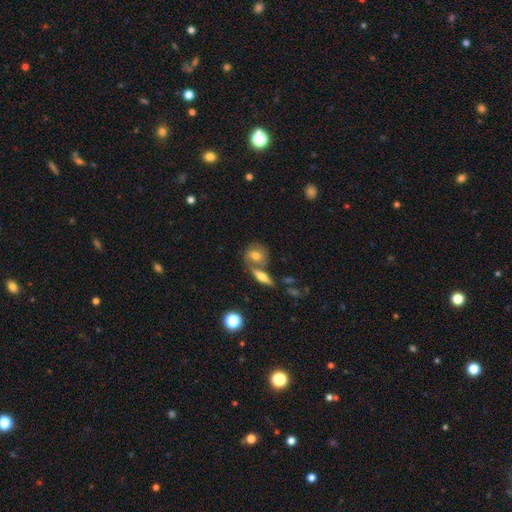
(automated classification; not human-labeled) Morphology: type=smooth (51%); roundness=round (50%); merging=none (49%).